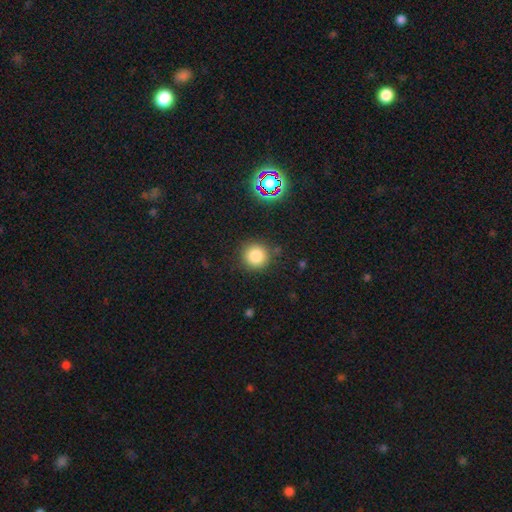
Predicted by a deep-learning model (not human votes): Q: Smooth or featured?
A: smooth (82%); runner-up: star or artifact (13%)
Q: How rounded?
A: round (93%); runner-up: in between (6%)
Q: Merging?
A: none (87%); runner-up: minor disturbance (8%)